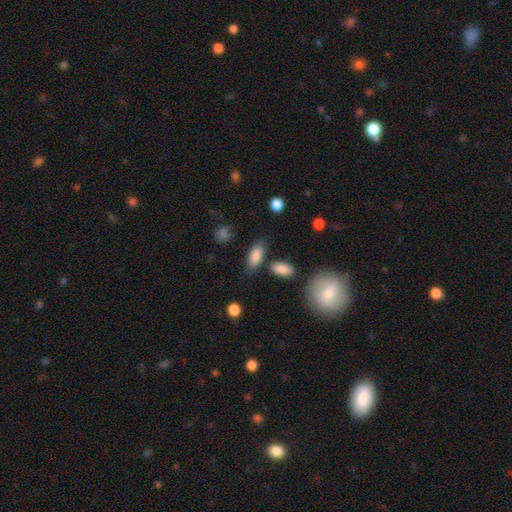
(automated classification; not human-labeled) This appears to be a smooth galaxy with no disk features (84%) that is in between round and cigar-shaped (88%). Merging: none (75%).